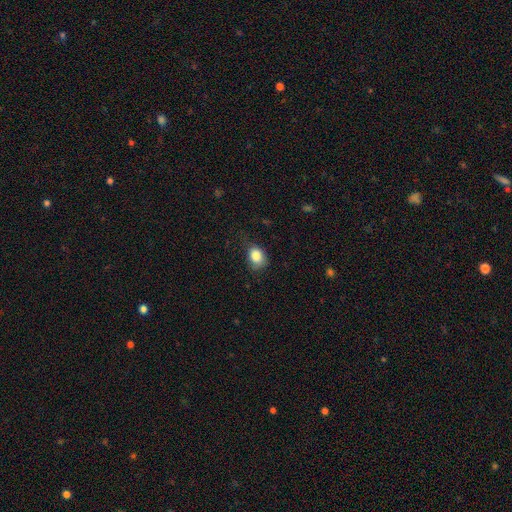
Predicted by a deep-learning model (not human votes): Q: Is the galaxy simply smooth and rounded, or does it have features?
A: smooth — 84%.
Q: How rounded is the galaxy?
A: in between — 60%.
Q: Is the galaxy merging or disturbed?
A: none — 59%.